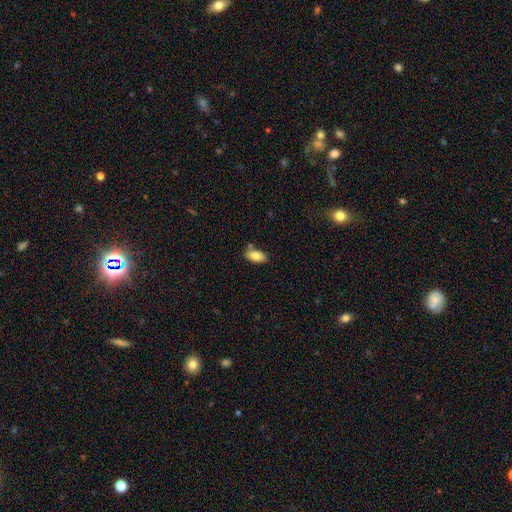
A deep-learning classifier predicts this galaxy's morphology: smooth_or_featured: smooth (p=0.83) [alt: featured or disk p=0.09]
how_rounded: in between (p=0.91) [alt: cigar-shaped p=0.05]
merging: none (p=0.72) [alt: minor disturbance p=0.16]